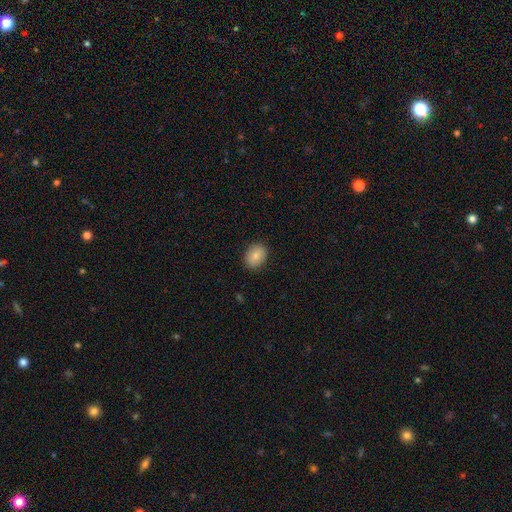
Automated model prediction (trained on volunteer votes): Overall: smooth (85%). How rounded: in between (57%; round 42%). Merging: none (88%).